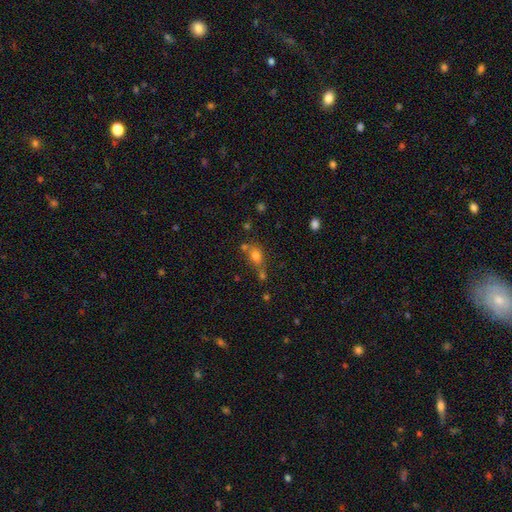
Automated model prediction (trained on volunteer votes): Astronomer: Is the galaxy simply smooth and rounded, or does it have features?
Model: smooth — 74%.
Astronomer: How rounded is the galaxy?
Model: in between — 63%.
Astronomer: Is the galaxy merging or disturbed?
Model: none — 48% (runner-up: merger, 30%).